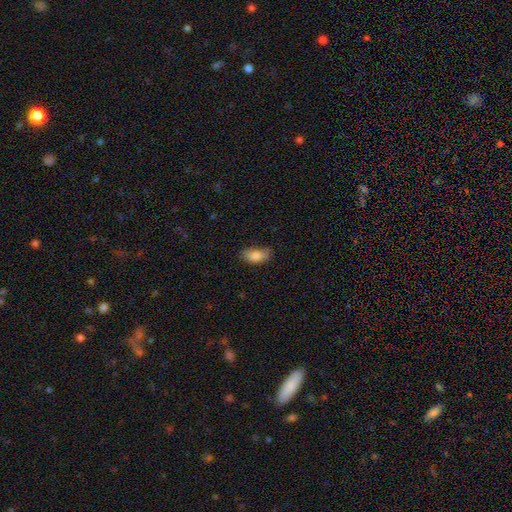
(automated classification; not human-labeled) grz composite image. It shows a smooth galaxy with no disk features (84%) that is in between round and cigar-shaped (90%). Merging: none (69%).